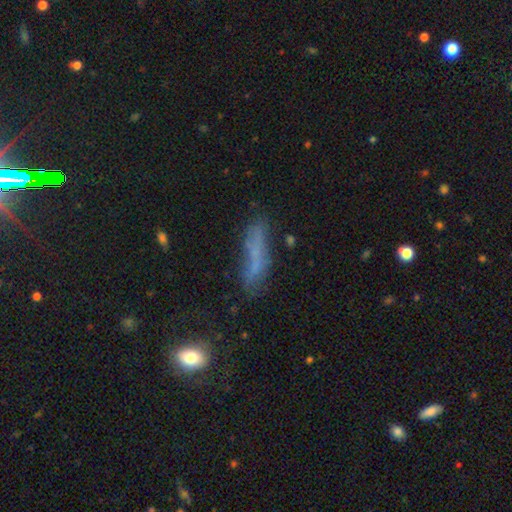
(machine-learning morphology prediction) Q: Smooth or featured?
A: smooth (54%); runner-up: featured or disk (28%)
Q: How rounded?
A: cigar-shaped (81%); runner-up: in between (16%)
Q: Merging?
A: none (61%); runner-up: minor disturbance (23%)